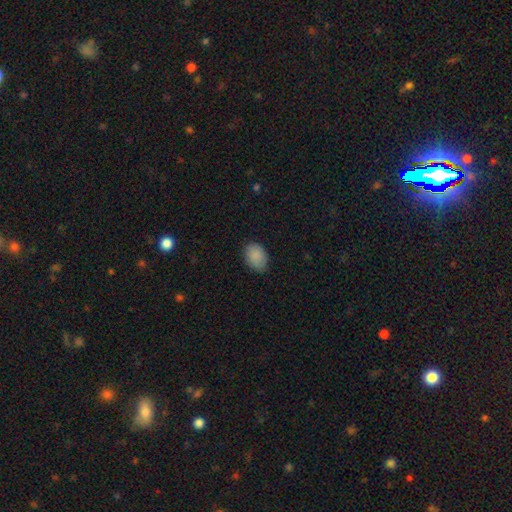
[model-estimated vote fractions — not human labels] Q: Smooth or featured?
A: smooth (88%); runner-up: star or artifact (7%)
Q: How rounded?
A: in between (79%); runner-up: round (20%)
Q: Merging?
A: none (76%); runner-up: minor disturbance (20%)